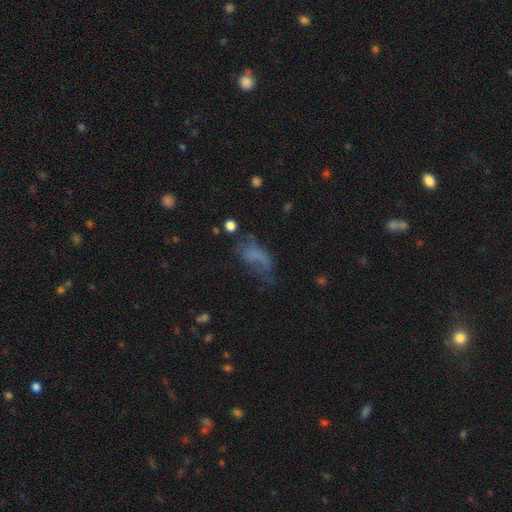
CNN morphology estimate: type=smooth (53%); roundness=in between (84%); merging=major disturbance (39%).